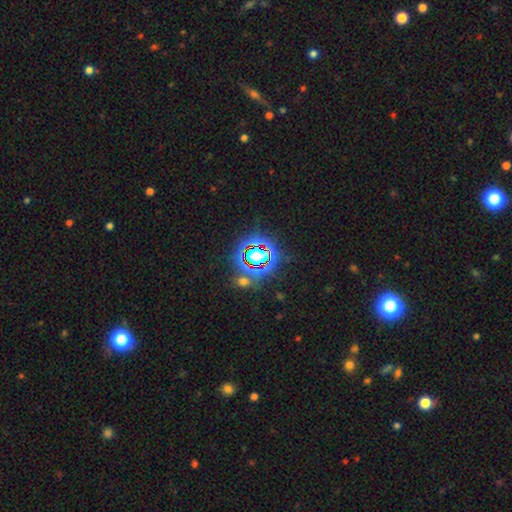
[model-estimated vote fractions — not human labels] The model was most divided on "smooth or featured": star or artifact: 69%, smooth: 20%, featured or disk: 11%.